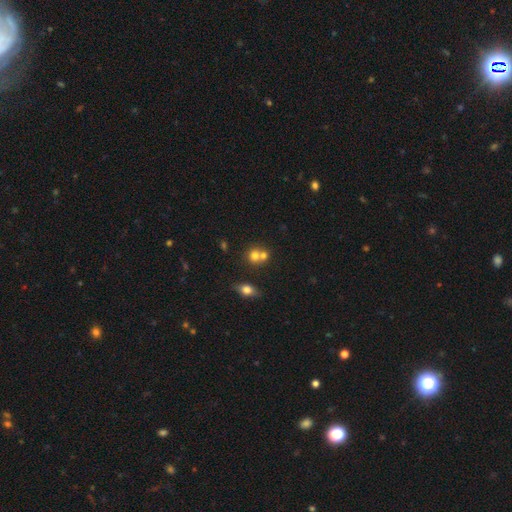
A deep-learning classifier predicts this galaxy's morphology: Smooth or featured: smooth — 69% (featured or disk — 17%)
How rounded: round — 79% (in between — 20%)
Merging: merger — 52% (none — 39%)